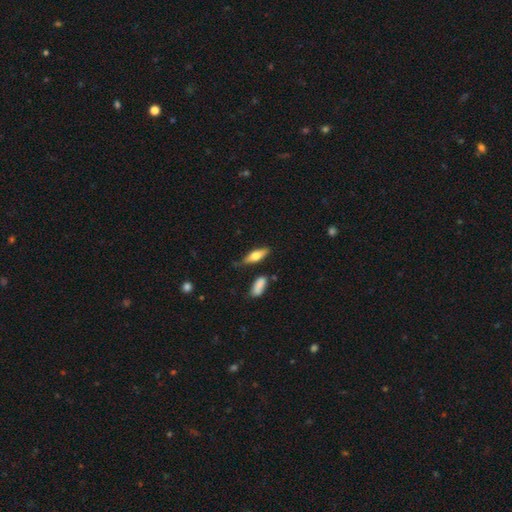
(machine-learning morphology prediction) Smooth or featured: smooth — 62% (featured or disk — 32%)
How rounded: in between — 56% (cigar-shaped — 41%)
Merging: none — 73% (minor disturbance — 18%)